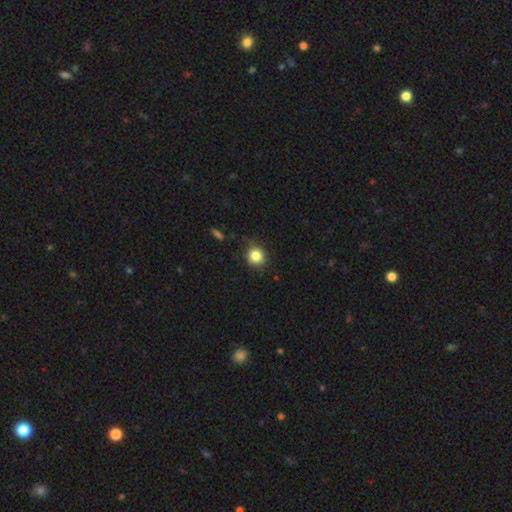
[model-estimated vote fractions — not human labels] Smooth or featured?
  - smooth: 84% *
  - star or artifact: 11%
  - featured or disk: 5%
How rounded?
  - round: 86% *
  - in between: 13%
  - cigar-shaped: 1%
Merging?
  - none: 78% *
  - minor disturbance: 17%
  - major disturbance: 4%
  - merger: 1%